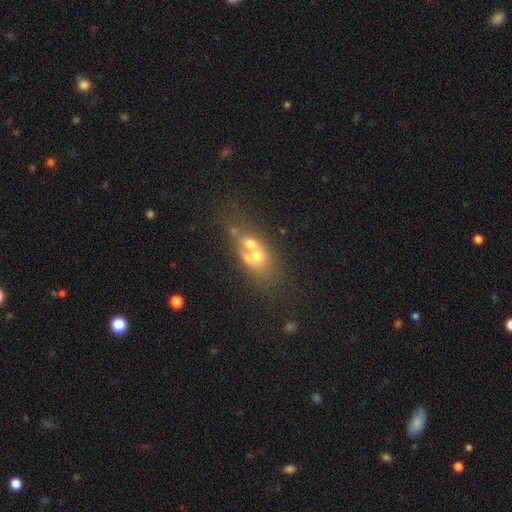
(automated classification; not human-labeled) Morphology: type=smooth (46%); merging=merger (60%).